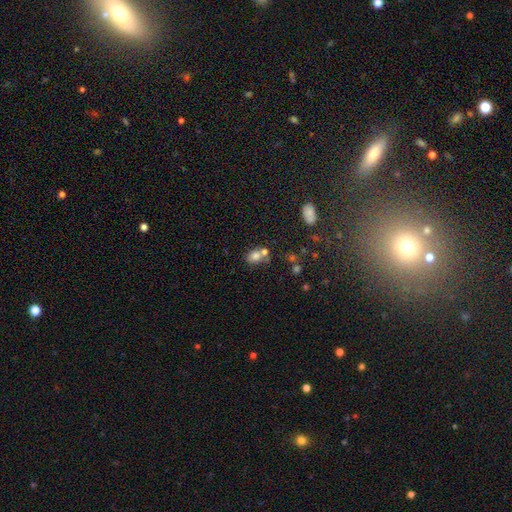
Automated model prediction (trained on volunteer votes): smooth 75%, star or artifact 13%, featured or disk 12%. Down the decision tree: how rounded — in between (60%); merging — none (43%).